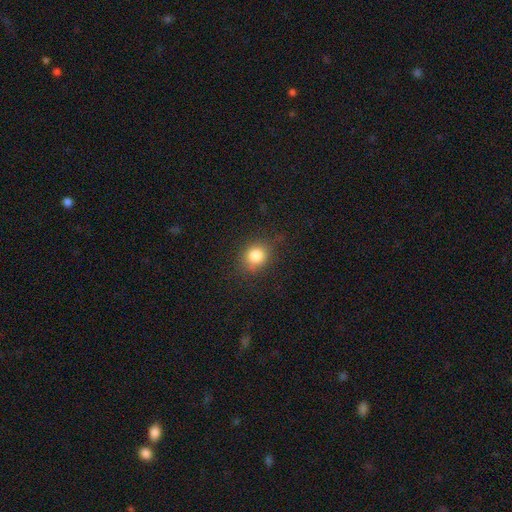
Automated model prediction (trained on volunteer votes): A smooth galaxy with no disk features (83%) that is round (70%).

Vote fractions:
- Smooth or featured? smooth: 83% / star or artifact: 11% / featured or disk: 6%
- How rounded? round: 70% / in between: 29% / cigar-shaped: 1%
- Merging? none: 80% / minor disturbance: 14% / major disturbance: 4% / merger: 1%